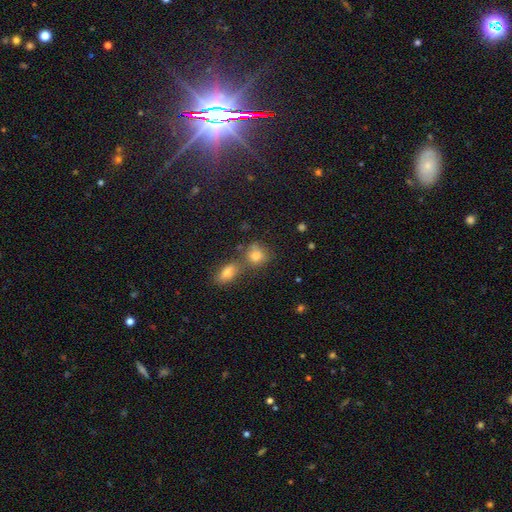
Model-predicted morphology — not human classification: This is likely a smooth galaxy (79%). How rounded: likely round (62%). Merging: possibly none (48%).